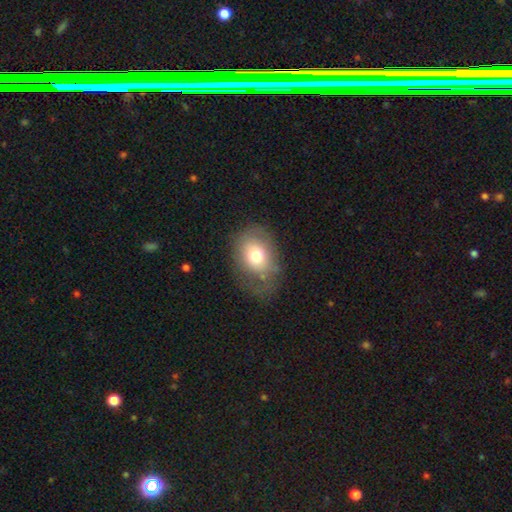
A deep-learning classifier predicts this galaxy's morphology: Smooth or featured: smooth — 70% (featured or disk — 20%)
How rounded: in between — 64% (round — 35%)
Merging: none — 56% (minor disturbance — 25%)